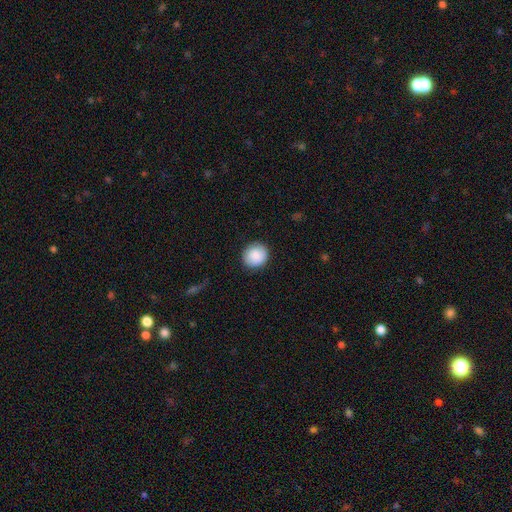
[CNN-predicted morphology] The model was most divided on "how rounded": round: 87%, in between: 12%, cigar-shaped: 1%. More confident: merging — none (90%); smooth or featured — smooth (89%).